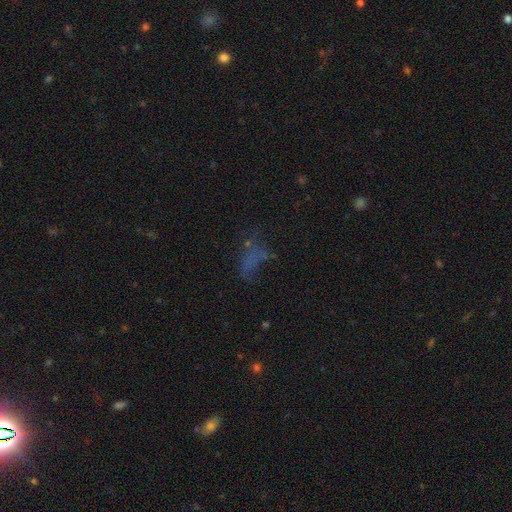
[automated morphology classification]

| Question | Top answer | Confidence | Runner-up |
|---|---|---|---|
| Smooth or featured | smooth | 41% | star or artifact (33%) |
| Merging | none | 44% | major disturbance (32%) |